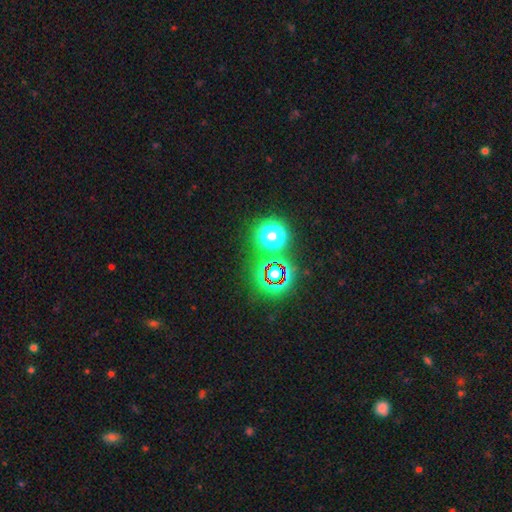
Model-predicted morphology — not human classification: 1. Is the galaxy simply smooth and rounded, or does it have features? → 75% star or artifact, 17% smooth, 8% featured or disk.